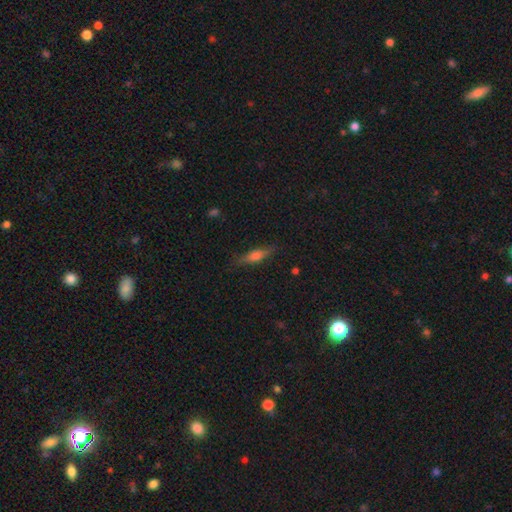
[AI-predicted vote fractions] Smooth or featured: smooth — 51% (featured or disk — 40%)
How rounded: cigar-shaped — 66% (in between — 30%)
Merging: none — 83% (minor disturbance — 13%)